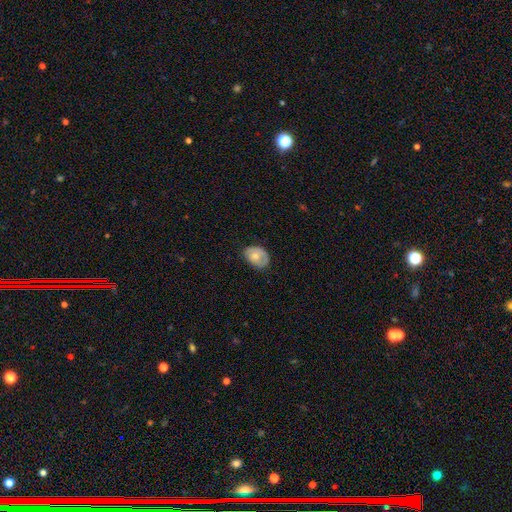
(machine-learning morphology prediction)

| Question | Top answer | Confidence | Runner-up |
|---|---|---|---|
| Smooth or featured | smooth | 62% | featured or disk (31%) |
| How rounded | in between | 69% | round (30%) |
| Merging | none | 63% | minor disturbance (28%) |